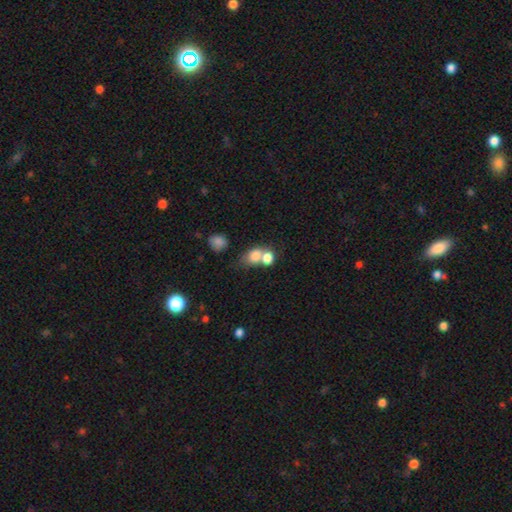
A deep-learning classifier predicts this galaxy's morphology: Smooth or featured: smooth — 77% (featured or disk — 12%)
How rounded: round — 52% (in between — 47%)
Merging: merger — 59% (none — 27%)